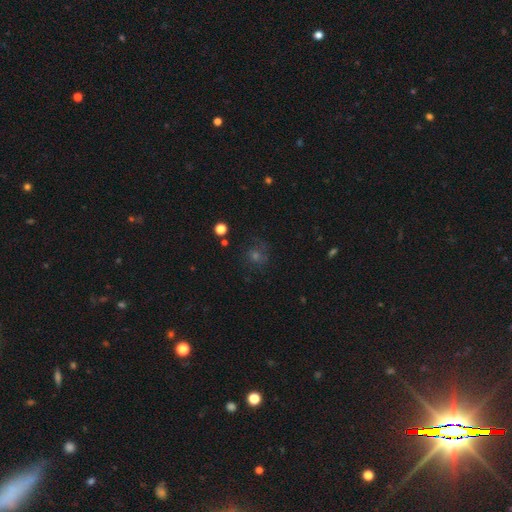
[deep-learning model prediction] Q: Smooth or featured?
A: smooth (39%); runner-up: star or artifact (34%)
Q: Merging?
A: none (73%); runner-up: minor disturbance (15%)